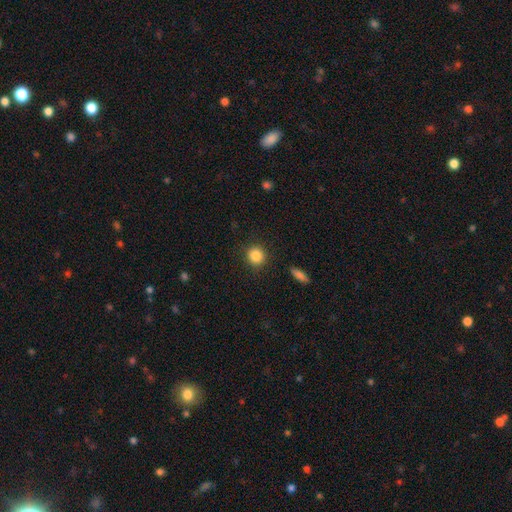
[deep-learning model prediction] Morphology: type=smooth (86%); roundness=round (89%); merging=none (89%).